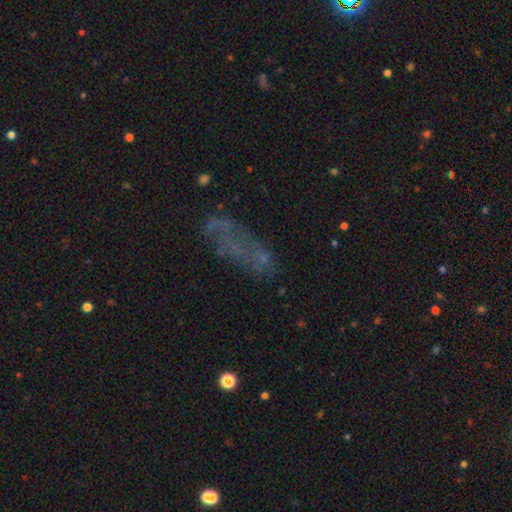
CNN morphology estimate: Overall: featured or disk (40%; smooth 39%). Merging: none (52%; major disturbance 23%).